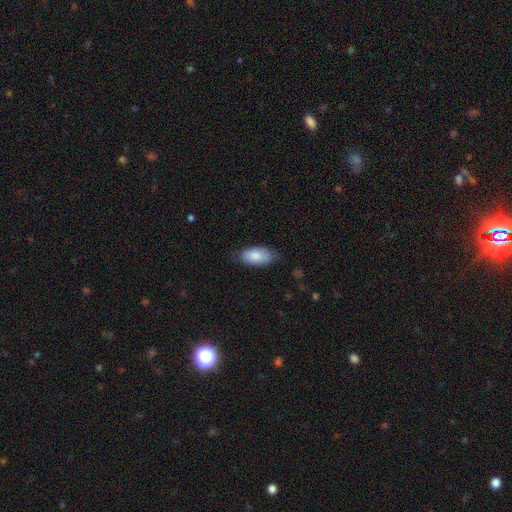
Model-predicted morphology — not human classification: smooth 85%, featured or disk 9%, star or artifact 6%. Down the decision tree: how rounded — in between (92%); merging — none (73%).